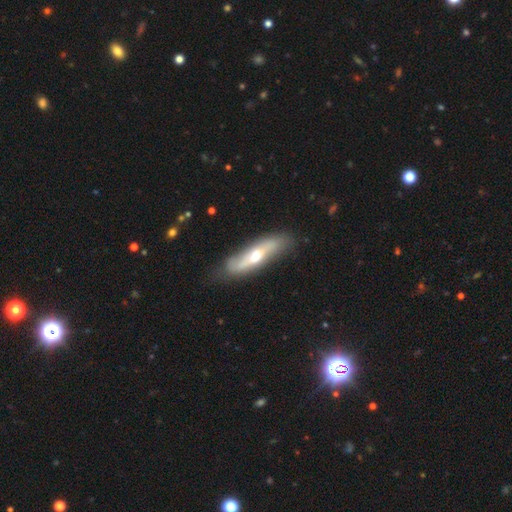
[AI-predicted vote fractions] Smooth or featured? Predicted: featured or disk (p=0.64). Edge-on disk? Predicted: no (p=0.60). Merging? Predicted: none (p=0.75).